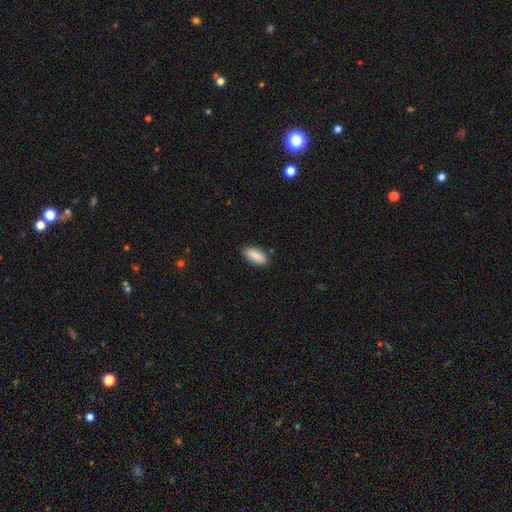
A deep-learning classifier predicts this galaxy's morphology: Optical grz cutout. It shows a smooth galaxy with no disk features (88%) that is in between round and cigar-shaped (86%). Merging: none (86%).